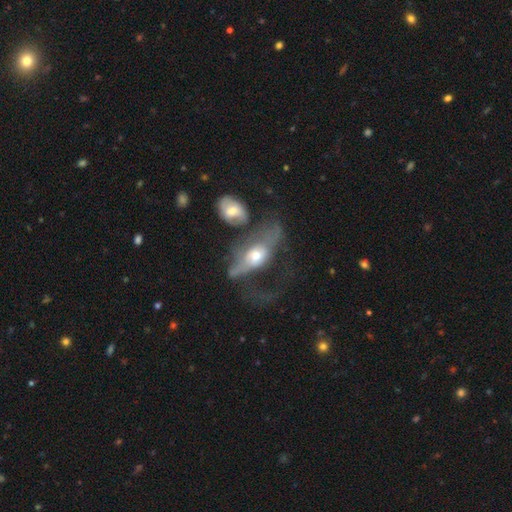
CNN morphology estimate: This is possibly a featured or disk galaxy (52%). It is clearly not viewed edge-on (80%). Merging: possibly major disturbance (50%).